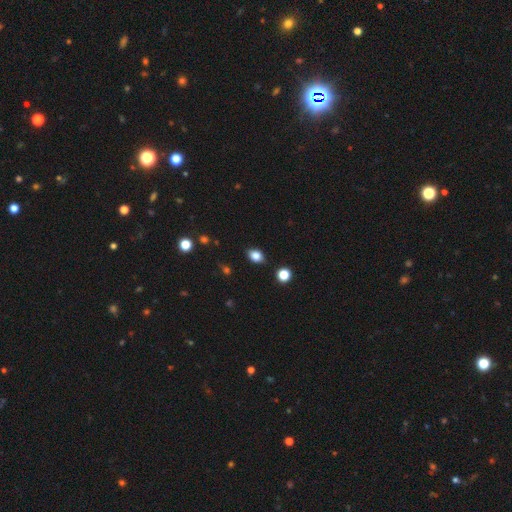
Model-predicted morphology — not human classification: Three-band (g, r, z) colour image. It shows a smooth galaxy with no disk features (84%) that is in between round and cigar-shaped (71%). Merging: none (85%).